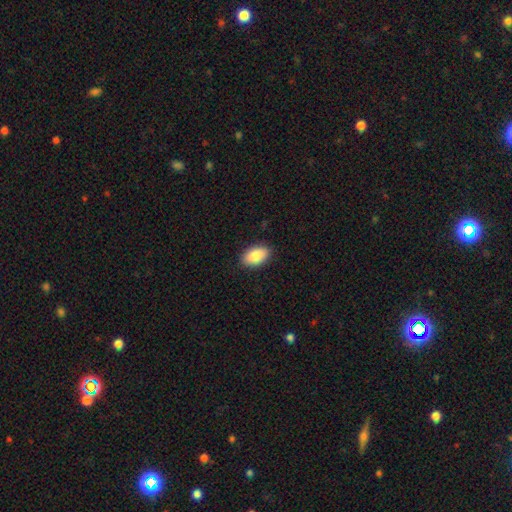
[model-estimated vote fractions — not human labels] smooth_or_featured: smooth (p=0.87) [alt: featured or disk p=0.07]
how_rounded: in between (p=0.93) [alt: round p=0.05]
merging: none (p=0.88) [alt: minor disturbance p=0.09]